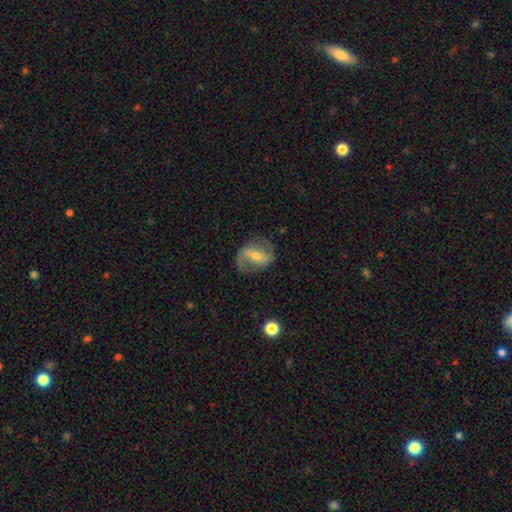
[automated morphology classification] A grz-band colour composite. It shows a featured or disk galaxy (79%) with a strong bar (50%), 2 (85%) medium (44%) spiral arms (89%) and a small central bulge (51%). Merging: none (76%).